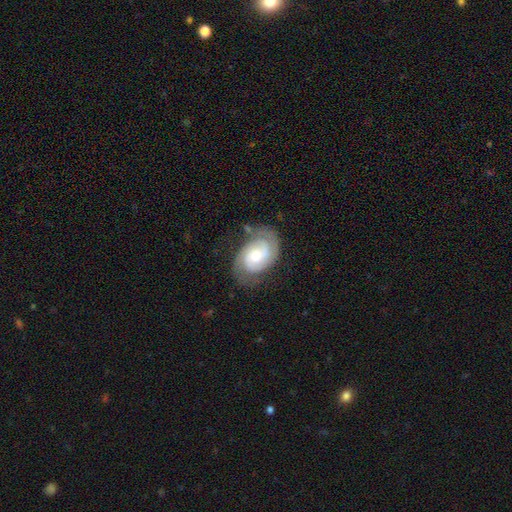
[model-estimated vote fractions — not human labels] A featured or disk galaxy (81%) with no bar (56%), 2 (78%) tight (50%) spiral arms (95%) and a moderate central bulge (58%). Merging: none (66%).